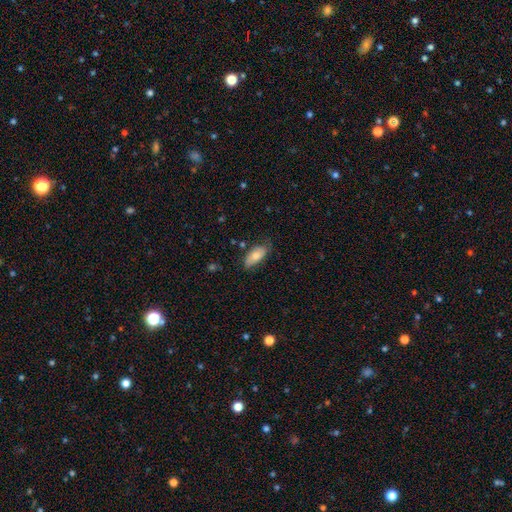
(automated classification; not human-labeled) The model was most divided on "merging": none: 67%, minor disturbance: 25%, major disturbance: 6%, merger: 2%. More confident: how rounded — in between (89%); smooth or featured — smooth (70%).